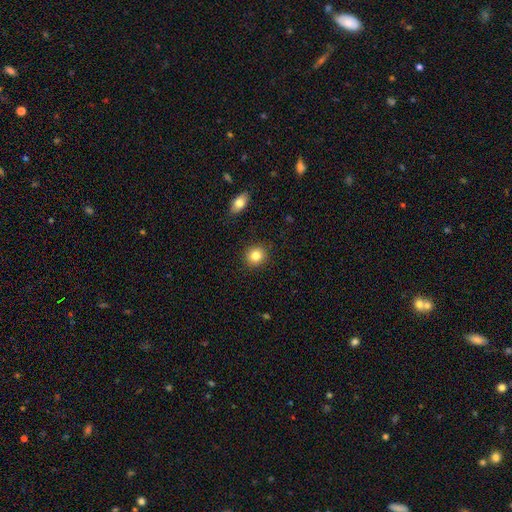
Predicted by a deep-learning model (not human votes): Q: Smooth or featured?
A: smooth (84%); runner-up: star or artifact (9%)
Q: How rounded?
A: round (86%); runner-up: in between (13%)
Q: Merging?
A: none (90%); runner-up: minor disturbance (6%)